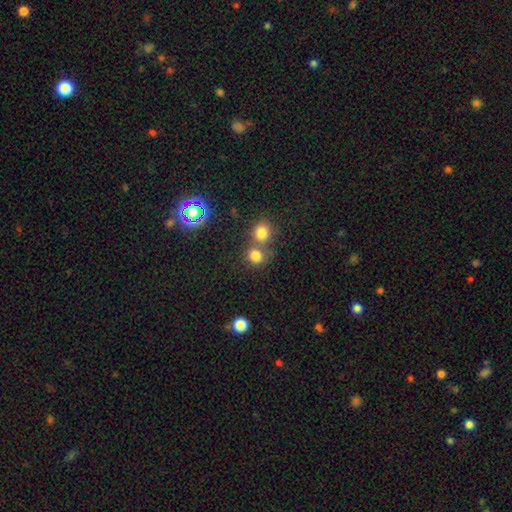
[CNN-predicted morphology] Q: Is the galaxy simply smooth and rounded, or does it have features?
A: smooth — 78%.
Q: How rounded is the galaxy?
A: round — 81%.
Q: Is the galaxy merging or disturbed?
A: none — 50%.